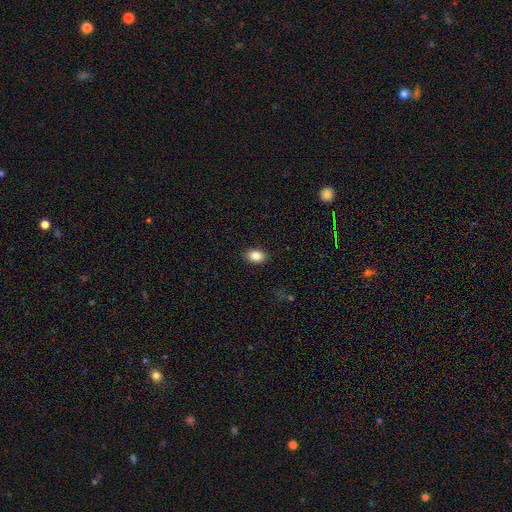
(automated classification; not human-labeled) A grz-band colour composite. It shows a smooth galaxy with no disk features (87%) that is in between round and cigar-shaped (84%). Merging: none (88%).